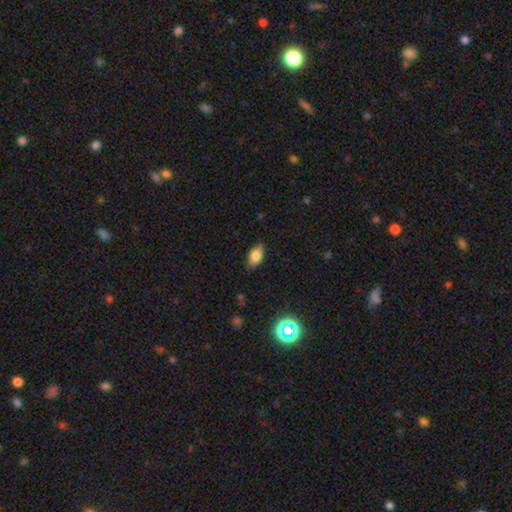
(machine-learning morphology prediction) Overall: smooth (80%). How rounded: in between (89%). Merging: none (84%).